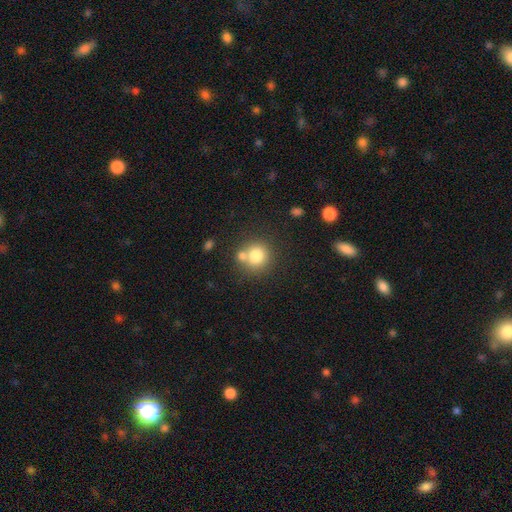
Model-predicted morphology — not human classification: A smooth galaxy with no disk features (77%) that is round (89%).

Vote fractions:
- Smooth or featured? smooth: 77% / star or artifact: 12% / featured or disk: 11%
- How rounded? round: 89% / in between: 10% / cigar-shaped: 1%
- Merging? none: 58% / merger: 29% / minor disturbance: 9% / major disturbance: 4%